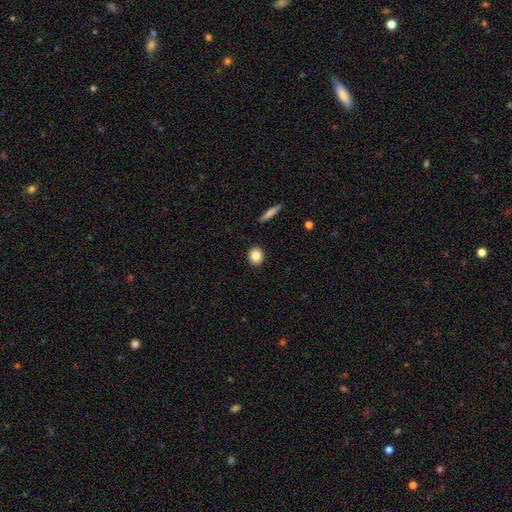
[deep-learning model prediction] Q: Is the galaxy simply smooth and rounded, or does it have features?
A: smooth — 84%.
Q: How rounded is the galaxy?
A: round — 65%.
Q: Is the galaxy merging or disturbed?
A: none — 91%.